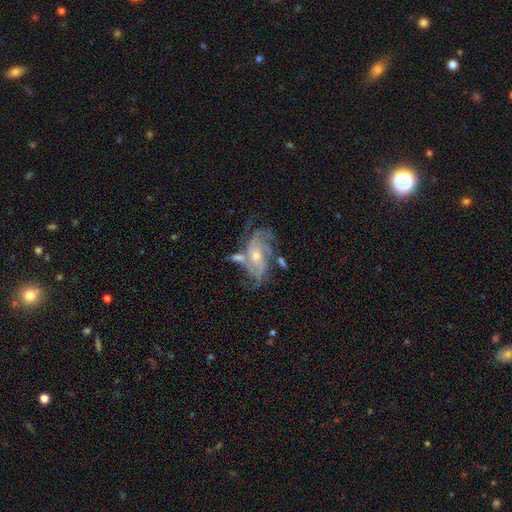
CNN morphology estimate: Smooth or featured: featured or disk — 84% (smooth — 8%)
Edge-on disk: no — 96% (yes — 4%)
Bar: no — 61% (weak — 31%)
Spiral arms: yes — 93% (no — 7%)
Spiral winding: medium — 43% (tight — 40%)
Spiral arm count: can't tell — 26% (tied with 3 — 26%)
Bulge size: moderate — 49% (small — 45%)
Merging: none — 47% (minor disturbance — 20%)